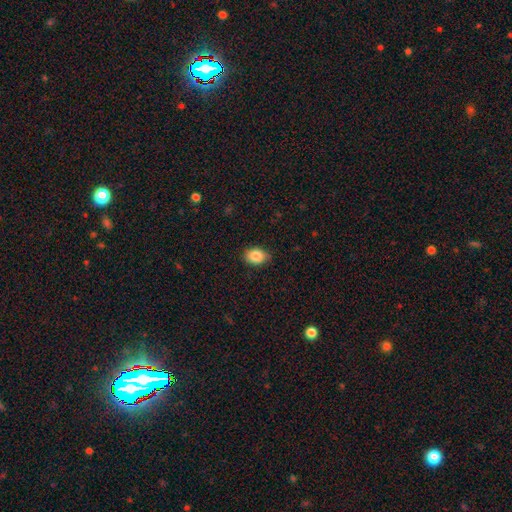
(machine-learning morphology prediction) A smooth galaxy with no disk features (86%) that is in between round and cigar-shaped (76%).

Vote fractions:
- Smooth or featured? smooth: 86% / star or artifact: 8% / featured or disk: 6%
- How rounded? in between: 76% / round: 23% / cigar-shaped: 1%
- Merging? none: 78% / minor disturbance: 18% / major disturbance: 3% / merger: 1%